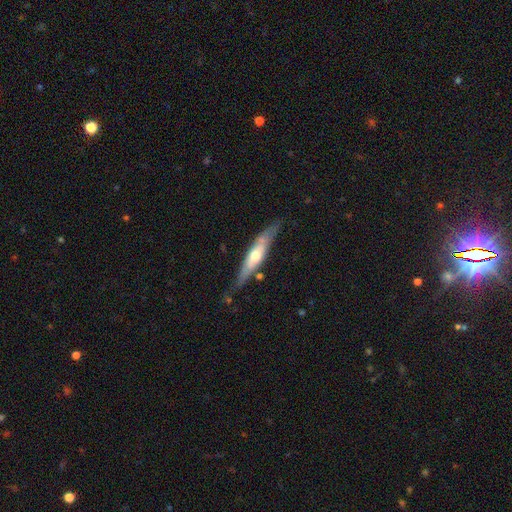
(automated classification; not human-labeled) Q: Smooth or featured?
A: featured or disk (62%); runner-up: smooth (33%)
Q: Edge-on disk?
A: yes (71%); runner-up: no (29%)
Q: Merging?
A: none (72%); runner-up: minor disturbance (19%)